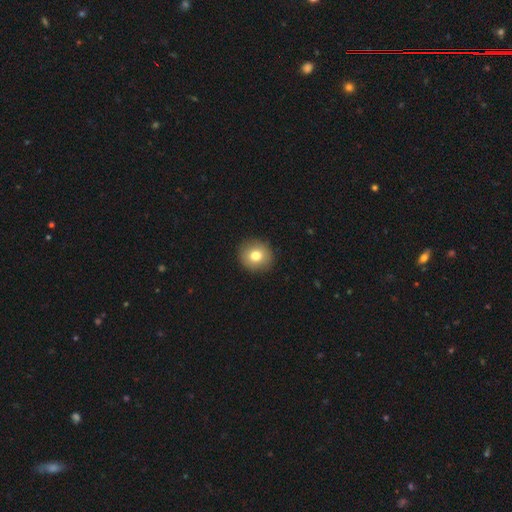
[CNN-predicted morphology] This is likely a smooth galaxy (78%). How rounded: clearly round (88%). Merging: clearly none (91%).